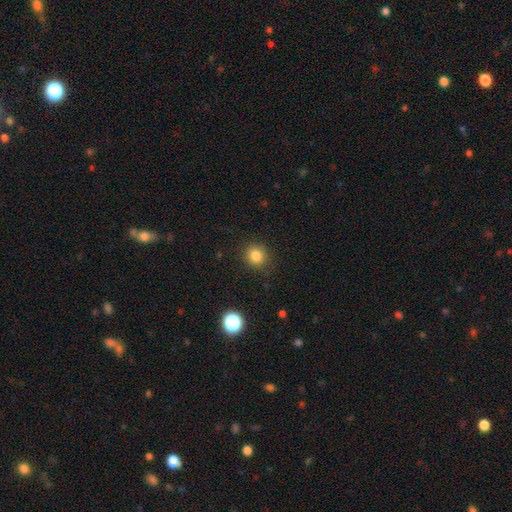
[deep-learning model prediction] This appears to be a smooth galaxy with no disk features (83%) that is round (86%). Merging: none (89%).